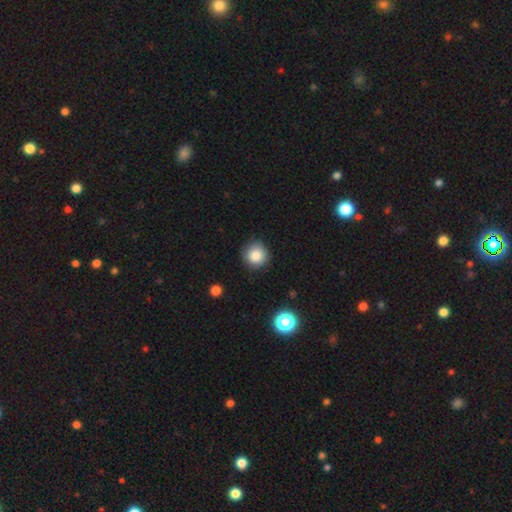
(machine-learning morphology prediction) Q: Smooth or featured?
A: smooth (84%); runner-up: star or artifact (10%)
Q: How rounded?
A: round (93%); runner-up: in between (6%)
Q: Merging?
A: none (85%); runner-up: minor disturbance (11%)